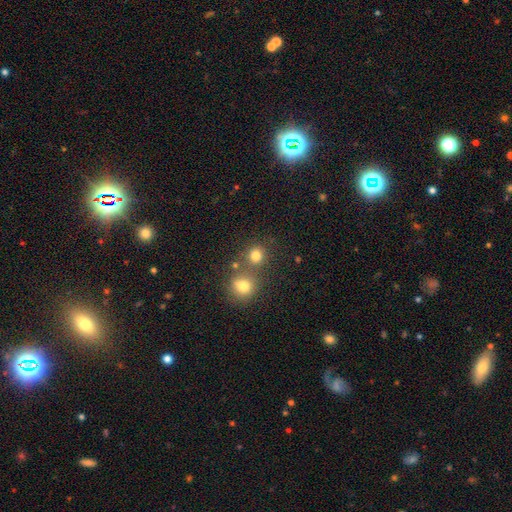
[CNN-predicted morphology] Smooth or featured? Predicted: smooth (p=0.78). How rounded? Predicted: round (p=0.85). Merging? Predicted: none (p=0.64).